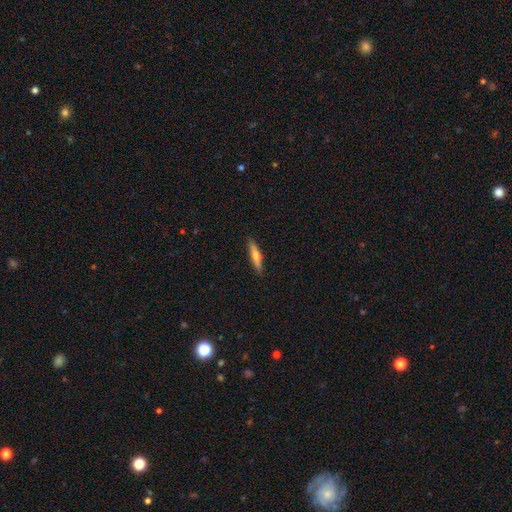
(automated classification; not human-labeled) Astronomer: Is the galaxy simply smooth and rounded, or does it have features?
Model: smooth — 60%.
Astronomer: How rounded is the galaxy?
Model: cigar-shaped — 86%.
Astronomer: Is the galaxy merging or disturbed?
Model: none — 88%.